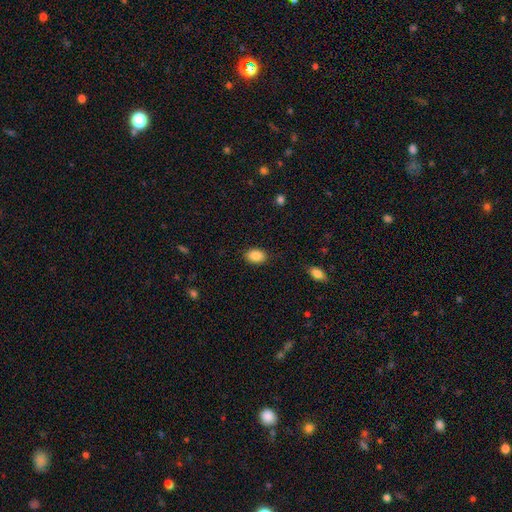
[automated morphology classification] Smooth or featured? smooth (88%)
How rounded? in between (84%)
Merging? none (87%)